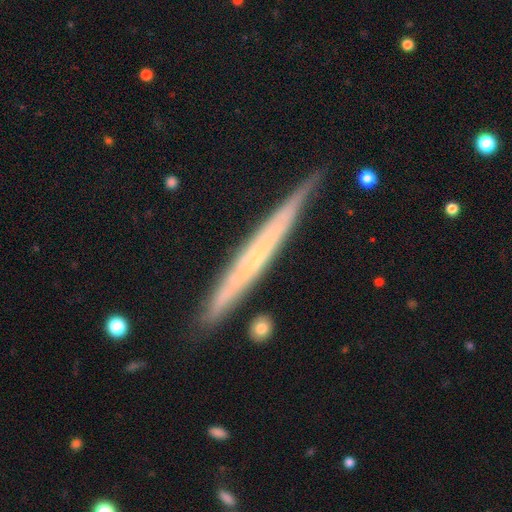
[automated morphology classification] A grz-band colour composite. It shows a featured or disk galaxy (66%) viewed edge-on (94%) with no central bulge (73%). Merging: none (85%).